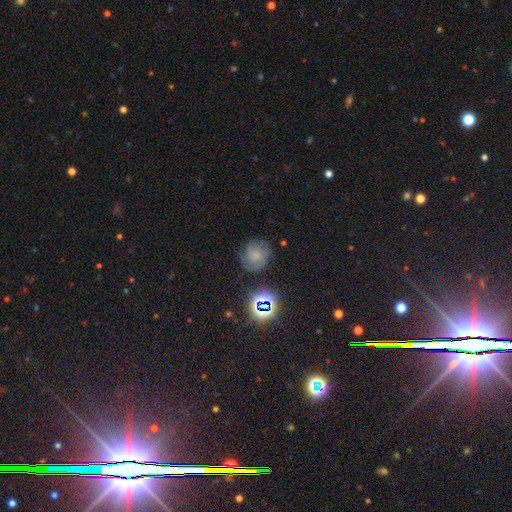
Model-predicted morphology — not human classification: Overall: smooth (41%; featured or disk 38%). Merging: none (72%).